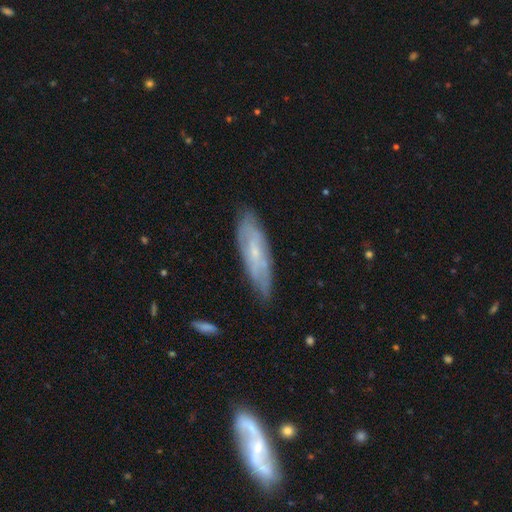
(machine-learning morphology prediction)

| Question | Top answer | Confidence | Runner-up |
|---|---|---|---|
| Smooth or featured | featured or disk | 56% | smooth (35%) |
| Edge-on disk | no | 65% | yes (35%) |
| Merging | none | 78% | minor disturbance (17%) |